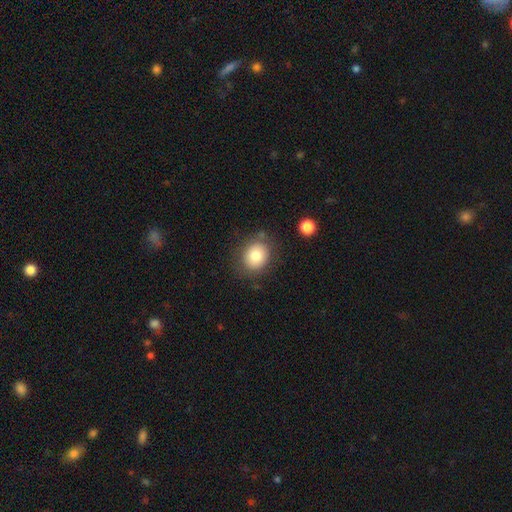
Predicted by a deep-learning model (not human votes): This is likely a smooth galaxy (80%). How rounded: likely round (65%). Merging: likely none (80%).